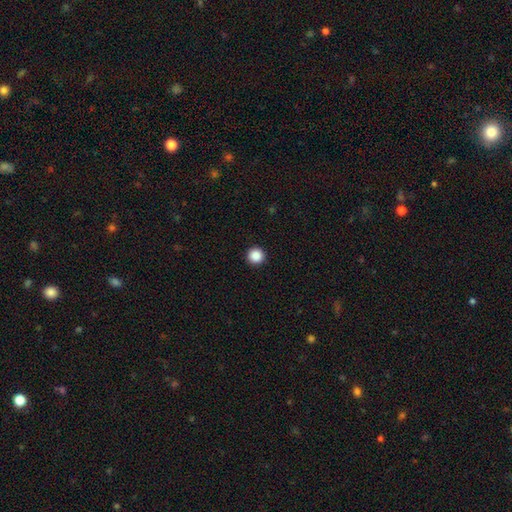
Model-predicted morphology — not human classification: This is clearly a smooth galaxy (88%). How rounded: clearly round (96%). Merging: clearly none (94%).